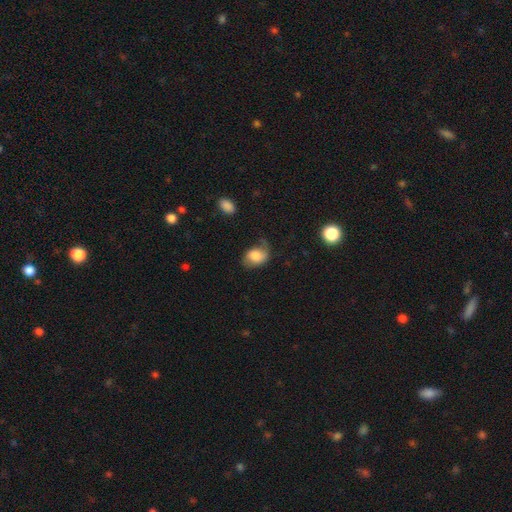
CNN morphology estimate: Smooth or featured?
  - smooth: 65% *
  - featured or disk: 26%
  - star or artifact: 9%
How rounded?
  - in between: 72% *
  - round: 27%
  - cigar-shaped: 1%
Merging?
  - none: 44% *
  - minor disturbance: 31%
  - major disturbance: 22%
  - merger: 3%